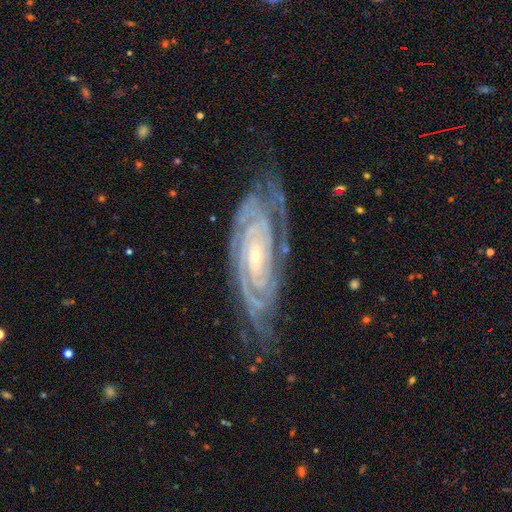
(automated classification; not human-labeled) The model was most divided on "spiral arm count": 2: 33%, can't tell: 21%, 3: 20%, 4: 13%, more than 4: 7%, 1: 6%. More confident: spiral arms — yes (98%); edge-on disk — no (92%); smooth or featured — featured or disk (89%); spiral winding — tight (80%); merging — none (72%); bulge size — small (71%); bar — no (53%).